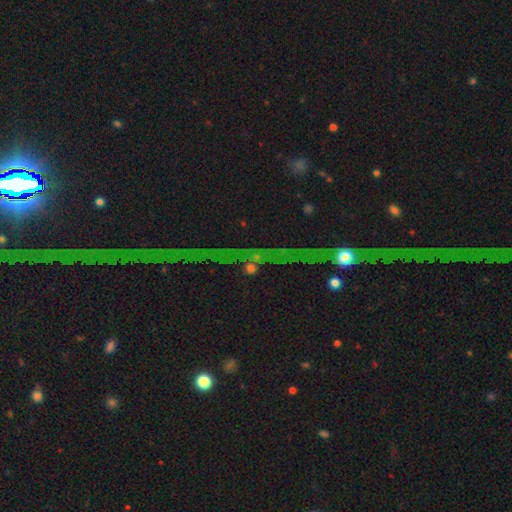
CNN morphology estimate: smooth_or_featured: star or artifact (p=0.83) [alt: featured or disk p=0.10]